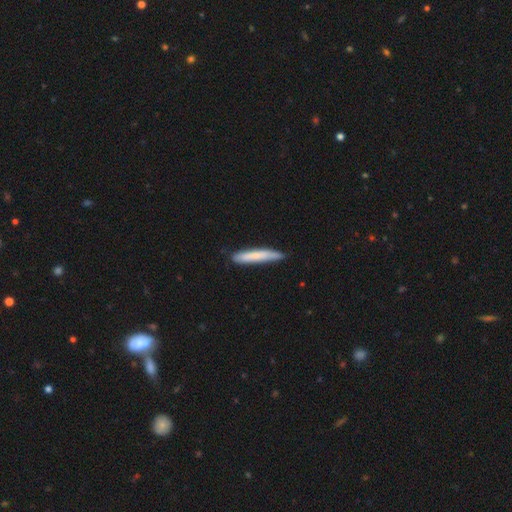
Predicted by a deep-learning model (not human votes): smooth 72%, featured or disk 22%, star or artifact 6%. Down the decision tree: how rounded — cigar-shaped (93%); merging — none (82%).